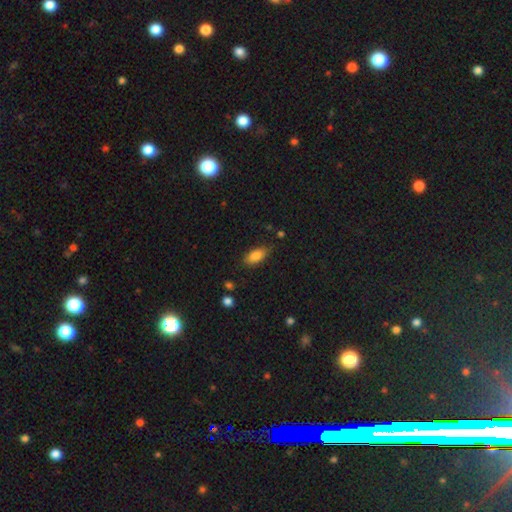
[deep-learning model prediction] Smooth or featured: smooth — 84% (featured or disk — 9%)
How rounded: in between — 88% (cigar-shaped — 8%)
Merging: none — 78% (minor disturbance — 17%)